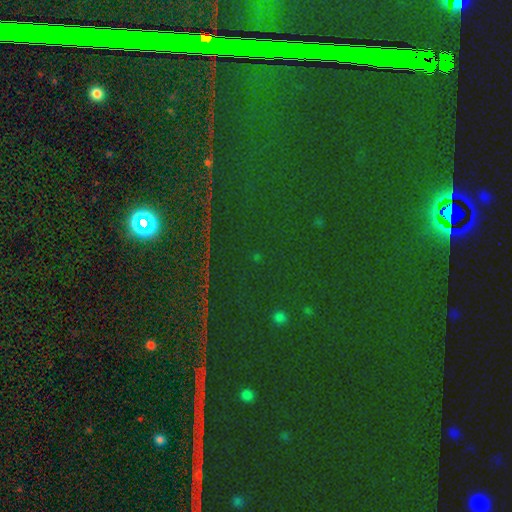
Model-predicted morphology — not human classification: star or artifact 82%, smooth 11%, featured or disk 7%.